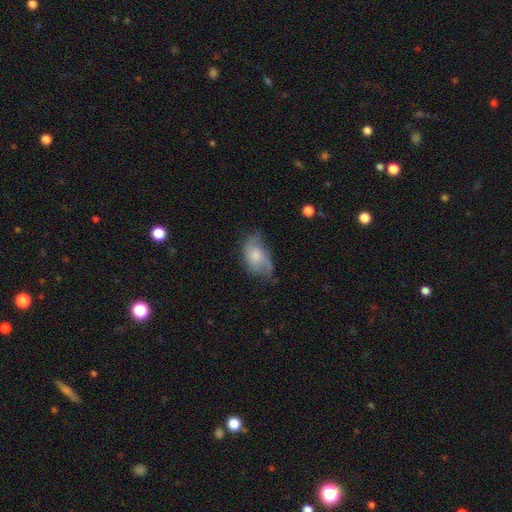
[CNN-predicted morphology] Overall: smooth (49%; featured or disk 43%). Merging: none (42%; minor disturbance 34%).